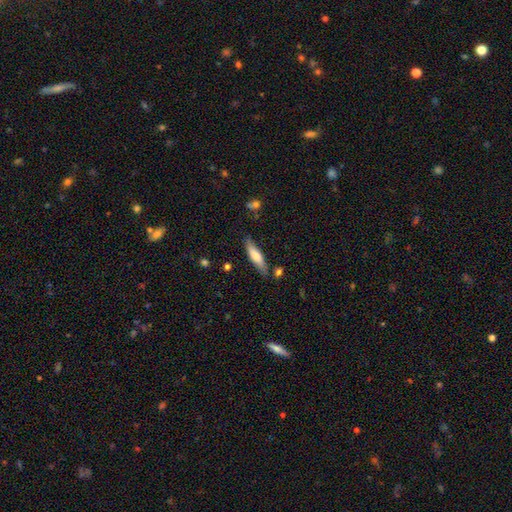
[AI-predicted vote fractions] Overall: smooth (64%; featured or disk 31%). How rounded: cigar-shaped (73%). Merging: none (78%).